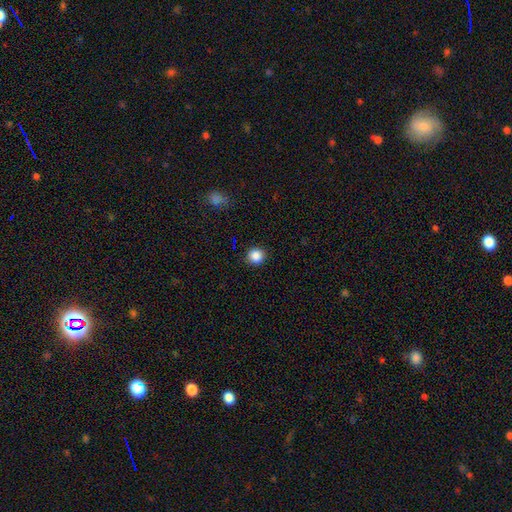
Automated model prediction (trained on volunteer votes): Smooth or featured? smooth (86%)
How rounded? round (92%)
Merging? none (91%)